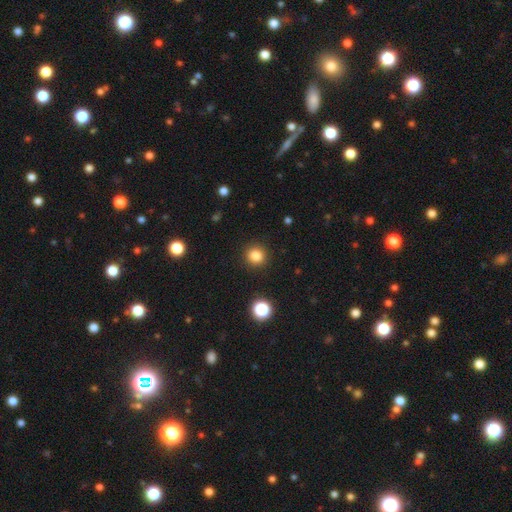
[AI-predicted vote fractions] Morphology: type=smooth (84%); roundness=round (91%); merging=none (90%).